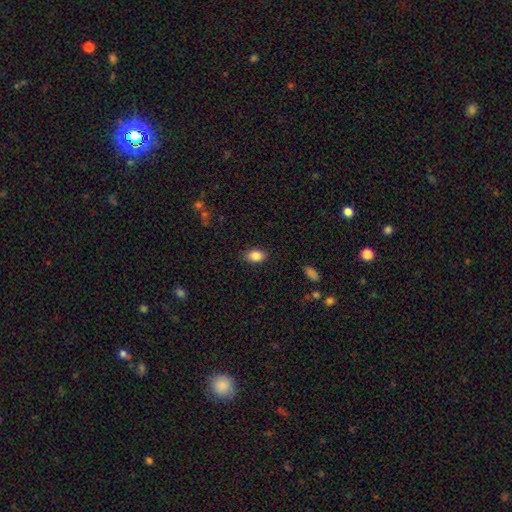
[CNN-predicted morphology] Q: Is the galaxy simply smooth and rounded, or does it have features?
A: smooth — 87%.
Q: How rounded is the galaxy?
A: in between — 82%.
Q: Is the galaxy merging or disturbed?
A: none — 85%.